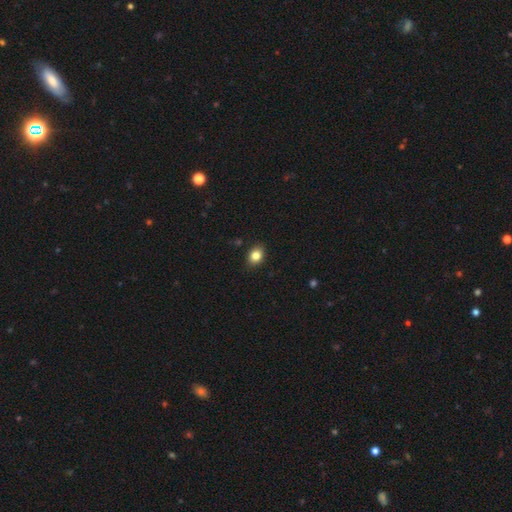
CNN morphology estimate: Overall: smooth (84%). How rounded: in between (61%; round 37%). Merging: none (87%).